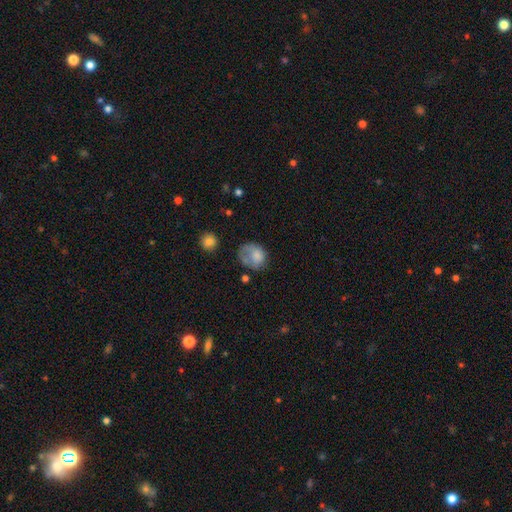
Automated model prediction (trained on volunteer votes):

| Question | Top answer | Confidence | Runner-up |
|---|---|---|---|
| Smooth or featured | smooth | 73% | featured or disk (18%) |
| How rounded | round | 51% | in between (48%) |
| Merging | none | 37% | minor disturbance (31%) |